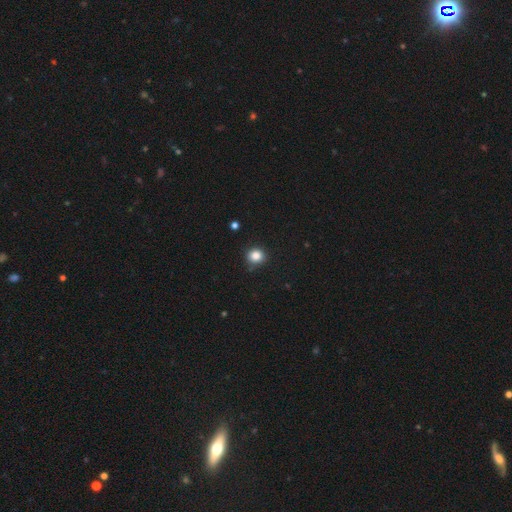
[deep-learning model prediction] A smooth galaxy with no disk features (85%) that is round (86%).

Vote fractions:
- Smooth or featured? smooth: 85% / star or artifact: 11% / featured or disk: 4%
- How rounded? round: 86% / in between: 13% / cigar-shaped: 1%
- Merging? none: 87% / minor disturbance: 9% / major disturbance: 2% / merger: 2%